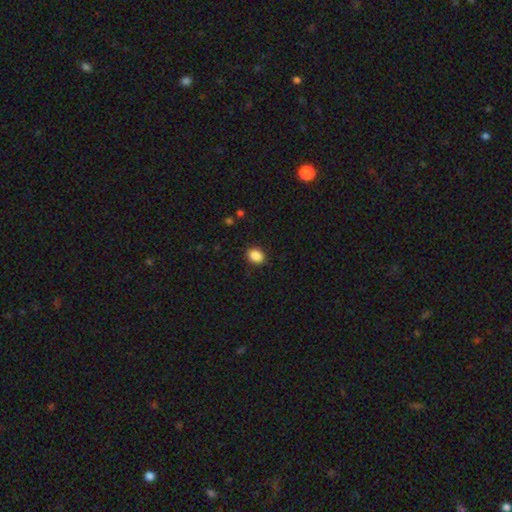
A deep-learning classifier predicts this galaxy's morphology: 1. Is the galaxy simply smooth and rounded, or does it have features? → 88% smooth, 9% star or artifact, 3% featured or disk.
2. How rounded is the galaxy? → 65% in between, 34% round, 1% cigar-shaped.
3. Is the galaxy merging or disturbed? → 88% none, 9% minor disturbance, 2% major disturbance, 1% merger.